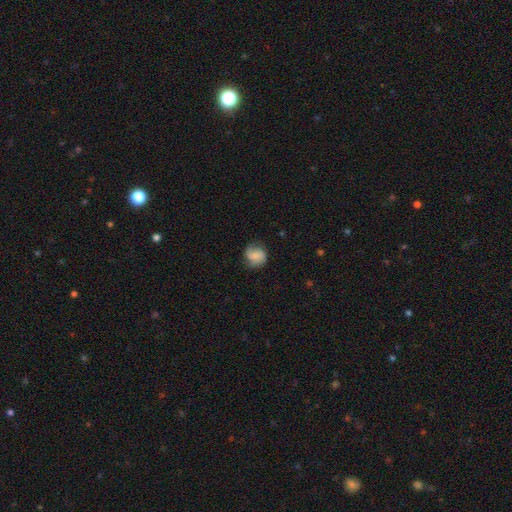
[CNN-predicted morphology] Q: Smooth or featured?
A: smooth (53%); runner-up: featured or disk (38%)
Q: How rounded?
A: round (77%); runner-up: in between (22%)
Q: Merging?
A: none (69%); runner-up: minor disturbance (21%)